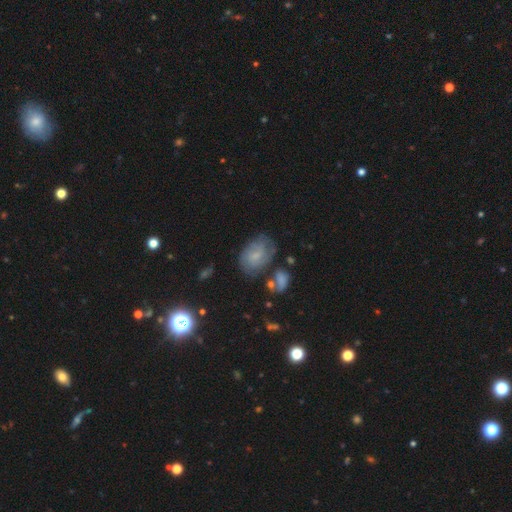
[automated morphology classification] This is possibly a featured or disk galaxy (53%). It is clearly not viewed edge-on (96%). Bar: possibly no (59%). Spiral arm pattern: likely yes (79%). Central bulge: likely small (62%). Merging: likely none (60%).